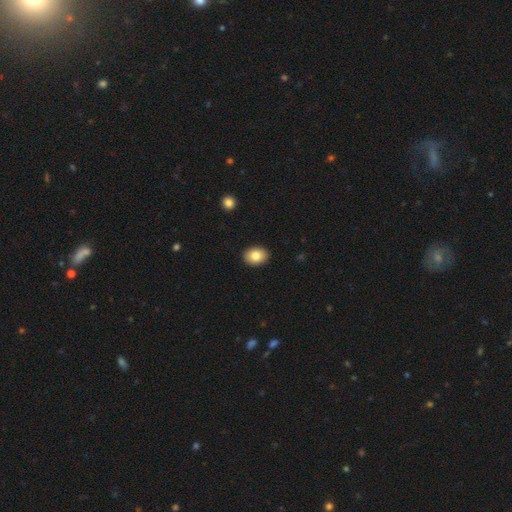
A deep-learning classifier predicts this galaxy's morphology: smooth-or-featured: smooth: 83% | featured or disk: 9% | star or artifact: 8%
  how-rounded: in between: 69% | round: 30% | cigar-shaped: 1%
  merging: none: 91% | minor disturbance: 6% | major disturbance: 2% | merger: 1%